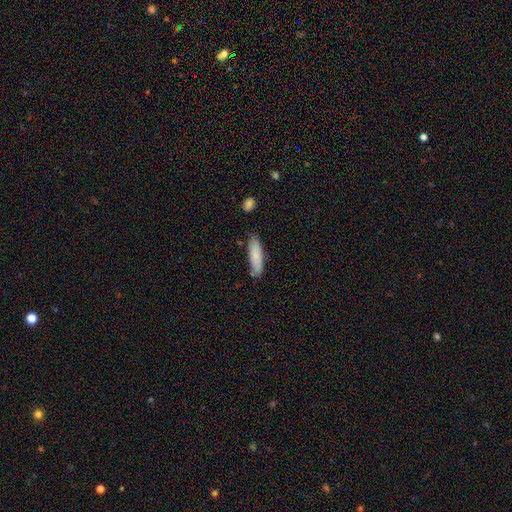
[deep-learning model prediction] Smooth or featured? smooth (84%)
How rounded? cigar-shaped (59%)
Merging? none (78%)